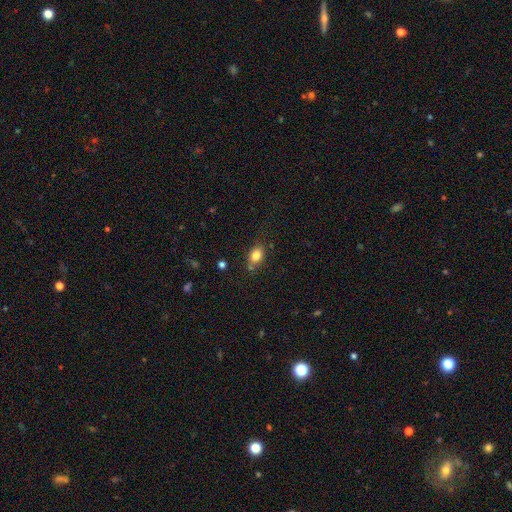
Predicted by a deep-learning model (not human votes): Smooth or featured? Predicted: smooth (p=0.83). How rounded? Predicted: in between (p=0.75). Merging? Predicted: none (p=0.73).